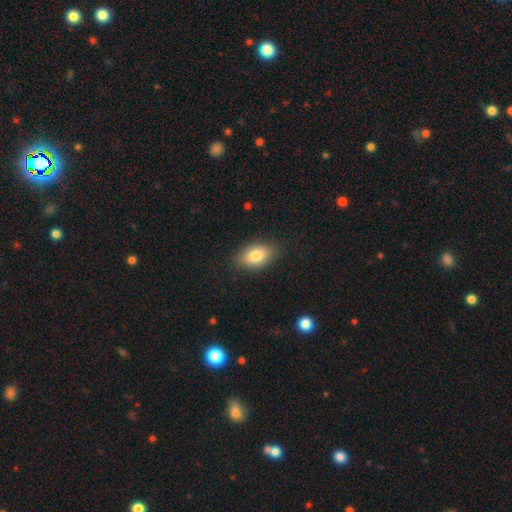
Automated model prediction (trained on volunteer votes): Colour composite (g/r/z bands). It shows a smooth galaxy with no disk features (80%) that is in between round and cigar-shaped (88%). Merging: none (84%).